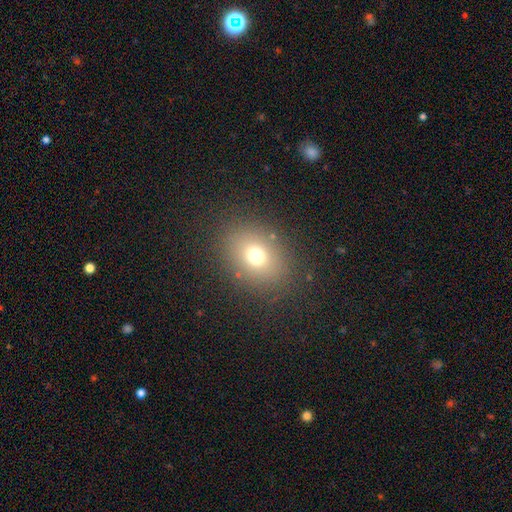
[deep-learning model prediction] Smooth or featured? smooth (70%)
How rounded? round (51%)
Merging? none (83%)